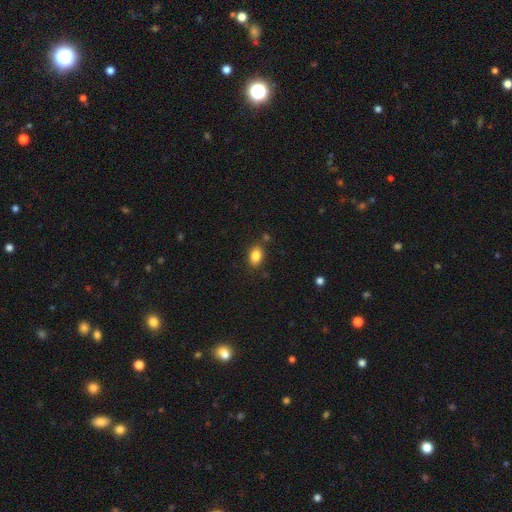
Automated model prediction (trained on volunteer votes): Q: Smooth or featured?
A: smooth (85%); runner-up: star or artifact (9%)
Q: How rounded?
A: in between (84%); runner-up: round (14%)
Q: Merging?
A: none (82%); runner-up: minor disturbance (11%)